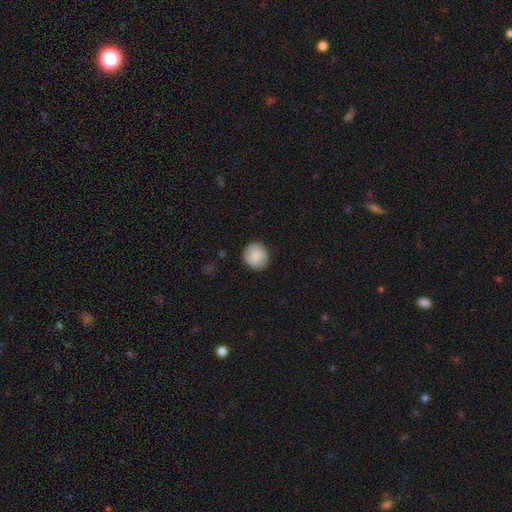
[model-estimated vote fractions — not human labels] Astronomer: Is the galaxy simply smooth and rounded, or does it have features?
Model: smooth — 89%.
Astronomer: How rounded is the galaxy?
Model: round — 92%.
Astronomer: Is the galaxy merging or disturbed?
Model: none — 89%.